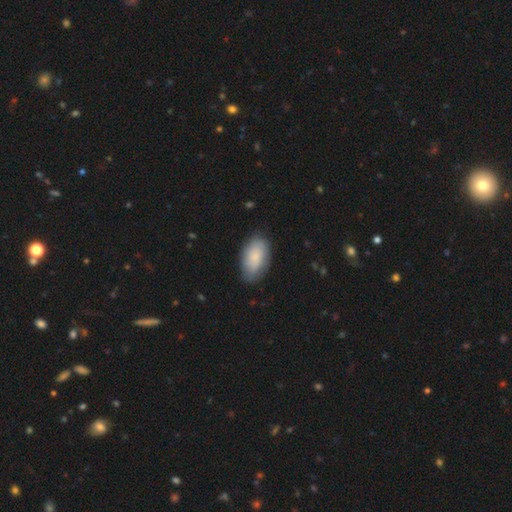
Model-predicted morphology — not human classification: smooth_or_featured: smooth (p=0.80) [alt: featured or disk p=0.14]
how_rounded: in between (p=0.95) [alt: round p=0.03]
merging: none (p=0.78) [alt: minor disturbance p=0.18]